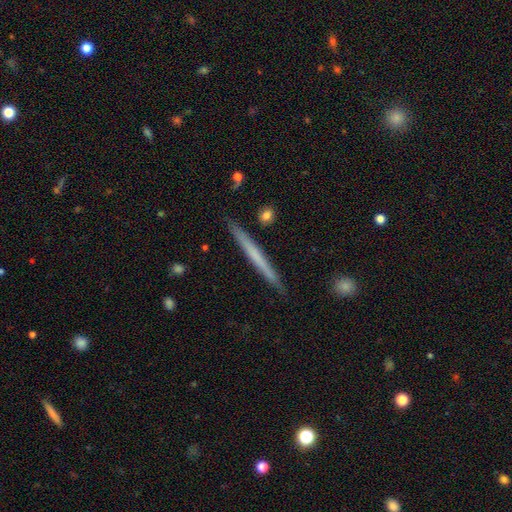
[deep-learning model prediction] Q: Smooth or featured?
A: smooth (51%); runner-up: featured or disk (44%)
Q: How rounded?
A: cigar-shaped (97%); runner-up: in between (2%)
Q: Merging?
A: none (90%); runner-up: minor disturbance (7%)